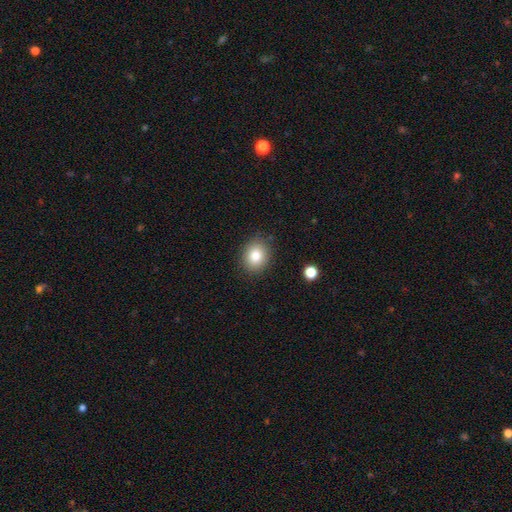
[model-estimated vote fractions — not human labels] Q: Smooth or featured?
A: smooth (82%); runner-up: star or artifact (10%)
Q: How rounded?
A: round (58%); runner-up: in between (41%)
Q: Merging?
A: none (84%); runner-up: minor disturbance (11%)